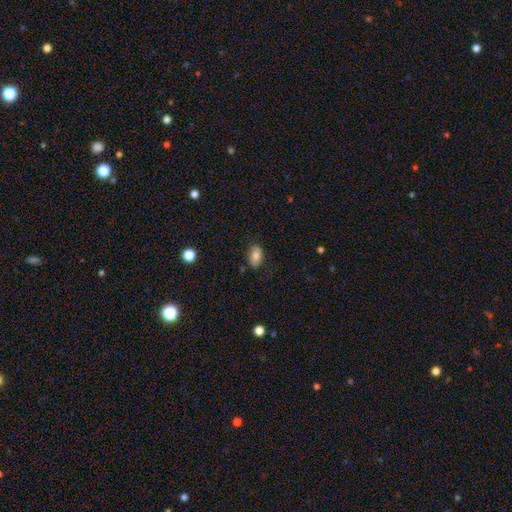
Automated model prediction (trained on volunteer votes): Overall: smooth (81%). How rounded: in between (87%). Merging: none (79%).